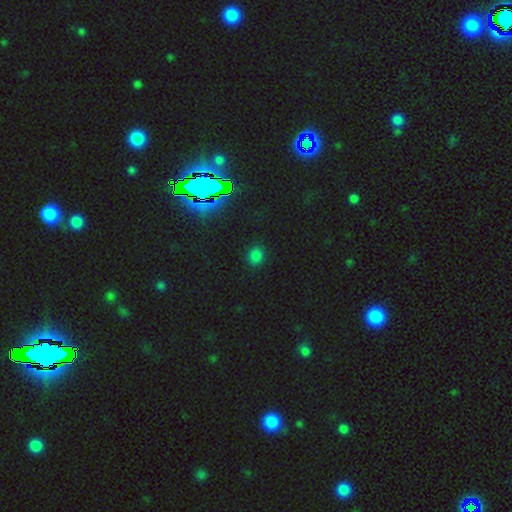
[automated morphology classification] The model was most divided on "smooth or featured": smooth: 71%, star or artifact: 25%, featured or disk: 5%. More confident: merging — none (88%); how rounded — round (81%).